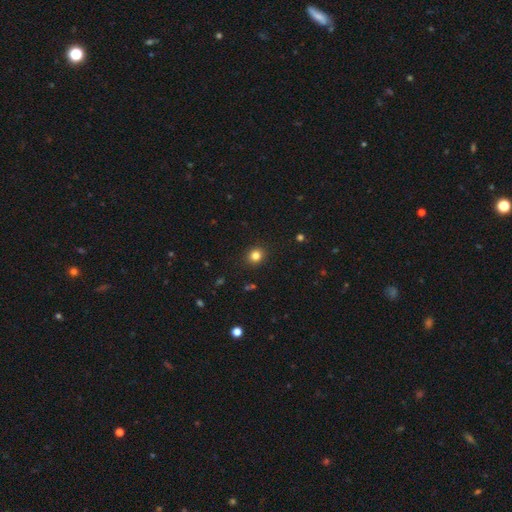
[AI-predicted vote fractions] Q: Smooth or featured?
A: smooth (82%); runner-up: star or artifact (13%)
Q: How rounded?
A: round (82%); runner-up: in between (17%)
Q: Merging?
A: none (91%); runner-up: minor disturbance (6%)